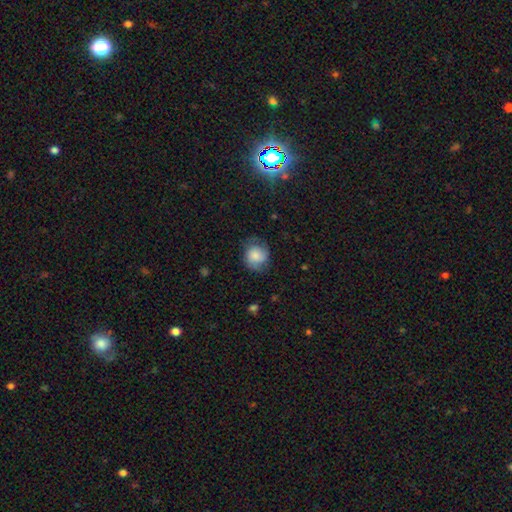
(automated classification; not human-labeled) Overall: smooth (67%). How rounded: round (79%). Merging: none (63%; minor disturbance 25%).